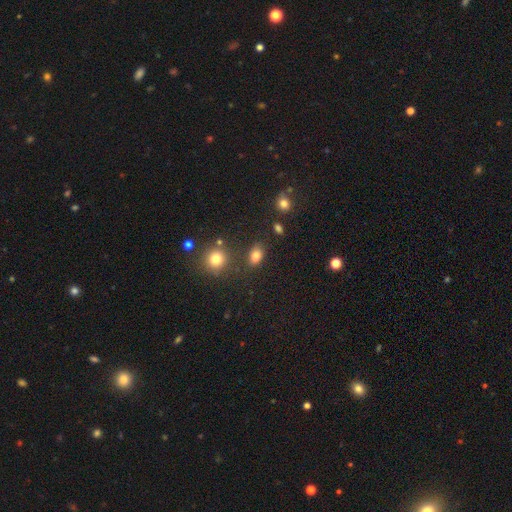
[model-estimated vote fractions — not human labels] A smooth galaxy with no disk features (79%) that is in between round and cigar-shaped (79%).

Vote fractions:
- Smooth or featured? smooth: 79% / star or artifact: 14% / featured or disk: 7%
- How rounded? in between: 79% / round: 19% / cigar-shaped: 2%
- Merging? none: 71% / minor disturbance: 14% / merger: 11% / major disturbance: 4%